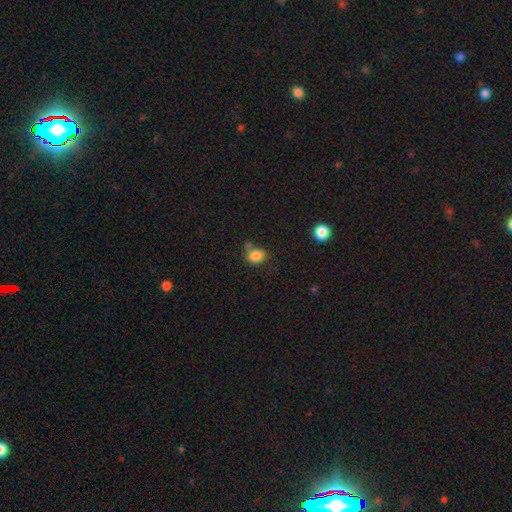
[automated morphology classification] Smooth or featured: smooth — 84% (star or artifact — 11%)
How rounded: in between — 50% (round — 48%)
Merging: none — 54% (minor disturbance — 21%)